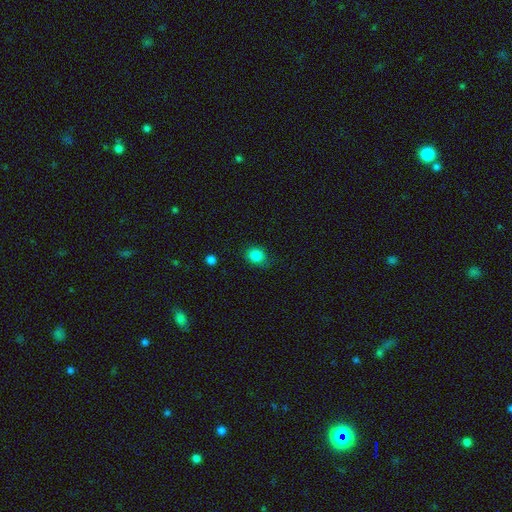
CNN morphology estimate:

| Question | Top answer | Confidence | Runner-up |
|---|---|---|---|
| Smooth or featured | smooth | 84% | star or artifact (11%) |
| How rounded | round | 65% | in between (34%) |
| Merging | none | 78% | minor disturbance (17%) |